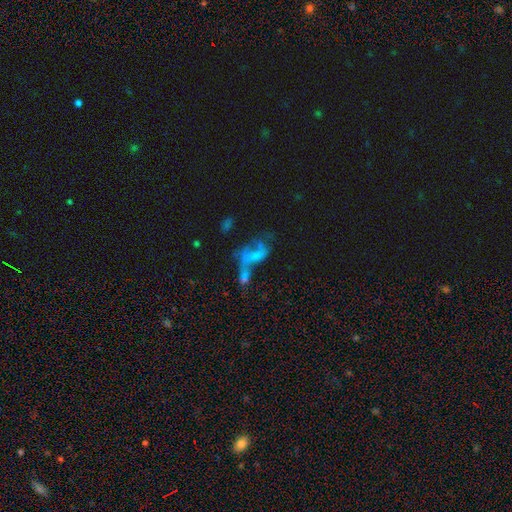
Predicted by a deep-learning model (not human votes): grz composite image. It shows a featured or disk galaxy (48%). Merging: merger (40%).